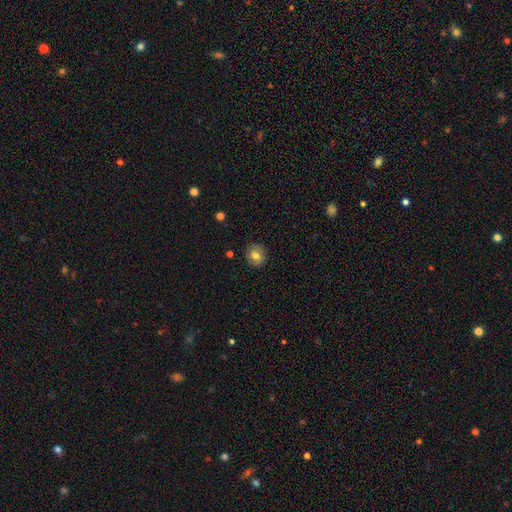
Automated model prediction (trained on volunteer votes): The model was most divided on "smooth or featured": smooth: 73%, featured or disk: 17%, star or artifact: 10%. More confident: merging — none (87%); how rounded — round (83%).